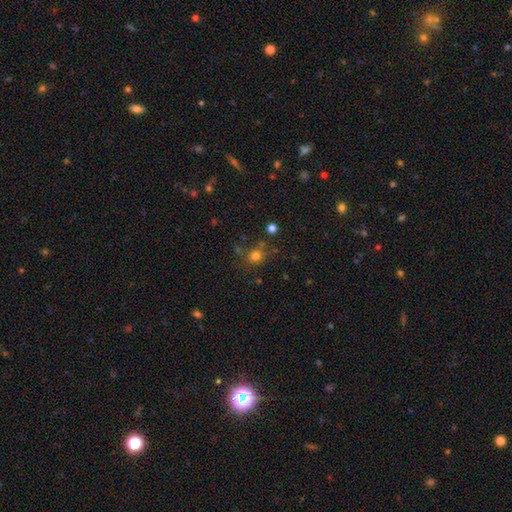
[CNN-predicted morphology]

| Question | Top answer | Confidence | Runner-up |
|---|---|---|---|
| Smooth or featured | smooth | 74% | star or artifact (18%) |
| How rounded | round | 81% | in between (18%) |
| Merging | none | 70% | minor disturbance (14%) |